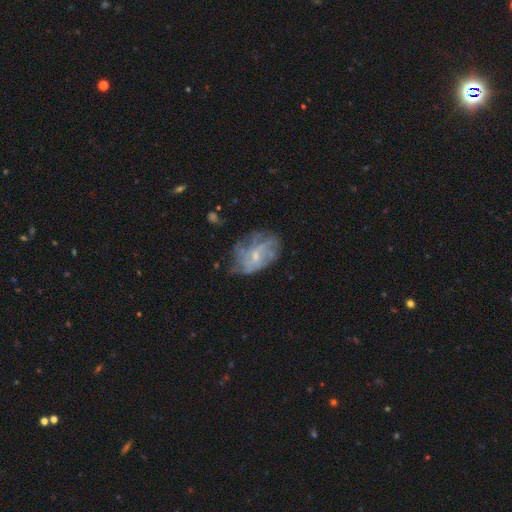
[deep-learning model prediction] Q: Smooth or featured?
A: featured or disk (70%); runner-up: smooth (20%)
Q: Edge-on disk?
A: no (97%); runner-up: yes (3%)
Q: Bar?
A: no (69%); runner-up: weak (27%)
Q: Spiral arms?
A: yes (72%); runner-up: no (28%)
Q: Bulge size?
A: small (70%); runner-up: moderate (22%)
Q: Merging?
A: none (56%); runner-up: minor disturbance (24%)